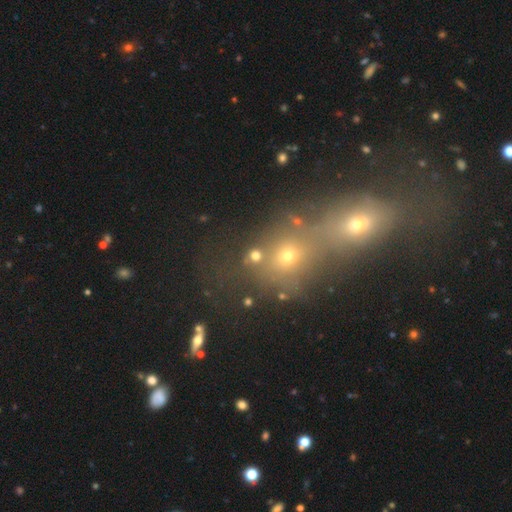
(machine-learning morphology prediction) smooth_or_featured: smooth (p=0.63) [alt: star or artifact p=0.25]
how_rounded: round (p=0.80) [alt: in between p=0.18]
merging: none (p=0.66) [alt: merger p=0.17]